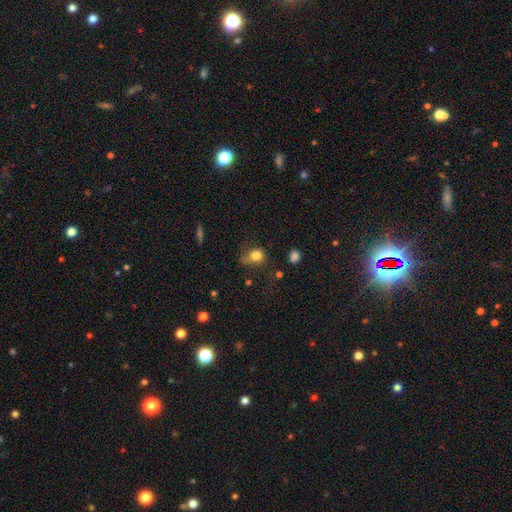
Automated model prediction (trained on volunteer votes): This appears to be a smooth galaxy with no disk features (79%) that is round (65%). Merging: none (48%).